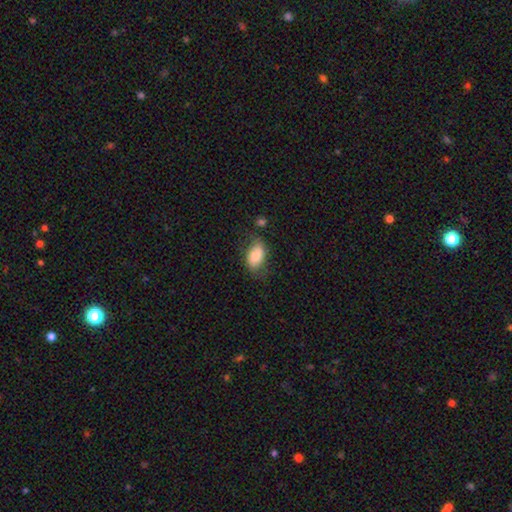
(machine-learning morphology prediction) Q: Smooth or featured?
A: smooth (76%); runner-up: featured or disk (17%)
Q: How rounded?
A: in between (90%); runner-up: round (9%)
Q: Merging?
A: none (63%); runner-up: minor disturbance (24%)